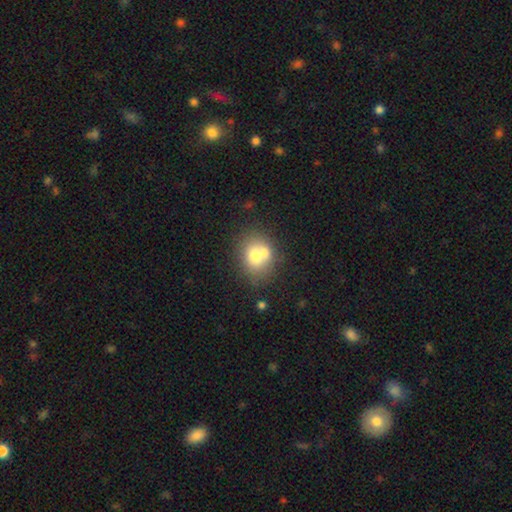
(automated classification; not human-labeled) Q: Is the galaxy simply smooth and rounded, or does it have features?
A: smooth — 68%.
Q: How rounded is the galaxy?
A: round — 63%.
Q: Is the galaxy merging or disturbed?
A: none — 46%.